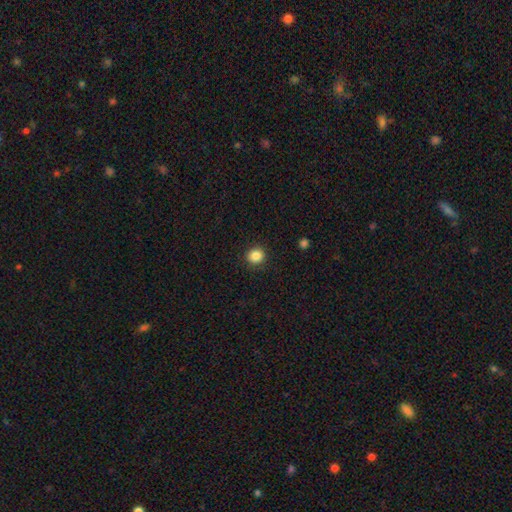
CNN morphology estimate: smooth 86%, star or artifact 10%, featured or disk 4%. Down the decision tree: how rounded — round (90%); merging — none (92%).